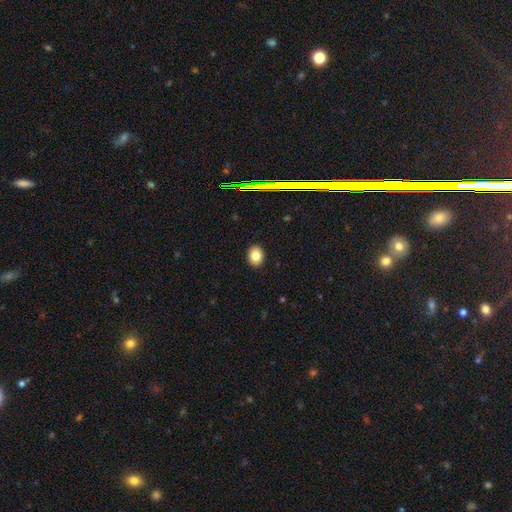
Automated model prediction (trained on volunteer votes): Smooth or featured? Predicted: smooth (p=0.82). How rounded? Predicted: in between (p=0.64). Merging? Predicted: none (p=0.90).